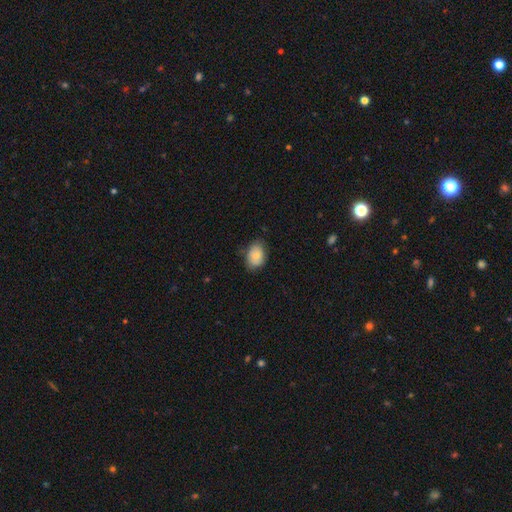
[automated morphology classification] Smooth or featured?
  - smooth: 80% *
  - featured or disk: 13%
  - star or artifact: 7%
How rounded?
  - in between: 80% *
  - round: 19%
  - cigar-shaped: 1%
Merging?
  - none: 72% *
  - minor disturbance: 23%
  - major disturbance: 4%
  - merger: 1%